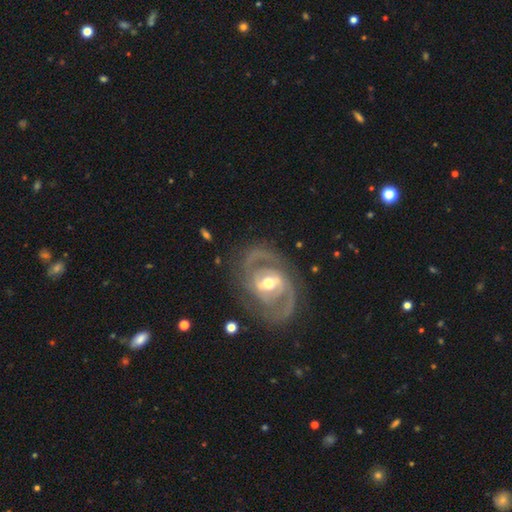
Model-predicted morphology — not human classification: smooth_or_featured: featured or disk (p=0.90) [alt: smooth p=0.05]
disk_edge_on: no (p=0.97) [alt: yes p=0.03]
bar: weak (p=0.42) [alt: strong p=0.37]
has_spiral_arms: yes (p=0.96) [alt: no p=0.04]
spiral_winding: medium (p=0.50) [alt: tight p=0.38]
spiral_arm_count: 2 (p=0.85) [alt: 3 p=0.06]
bulge_size: moderate (p=0.70) [alt: small p=0.22]
merging: none (p=0.78) [alt: minor disturbance p=0.14]